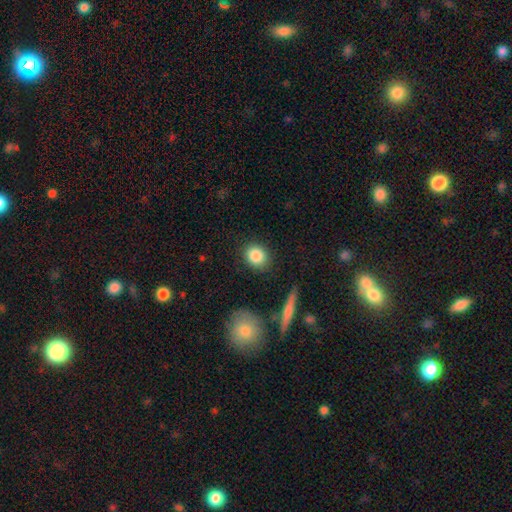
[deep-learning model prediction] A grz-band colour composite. It shows a smooth galaxy with no disk features (86%) that is round (72%). Merging: none (86%).